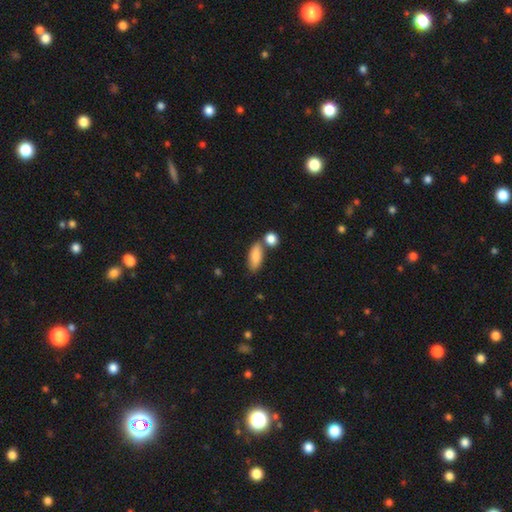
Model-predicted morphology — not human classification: type=smooth (84%); roundness=in between (76%); merging=none (63%).